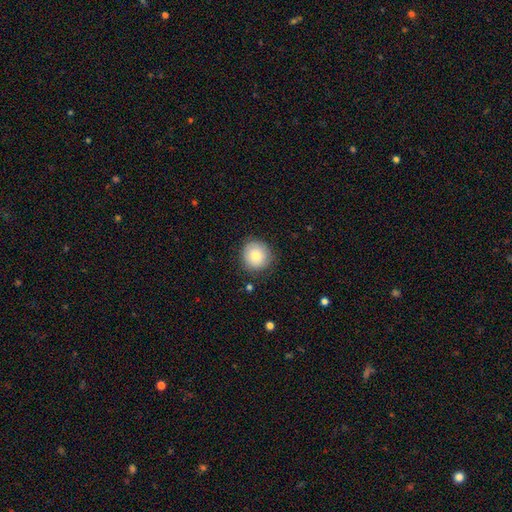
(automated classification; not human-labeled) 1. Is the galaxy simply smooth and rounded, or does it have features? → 82% smooth, 10% featured or disk, 8% star or artifact.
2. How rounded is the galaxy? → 91% round, 8% in between, 1% cigar-shaped.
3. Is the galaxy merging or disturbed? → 83% none, 12% minor disturbance, 3% major disturbance, 1% merger.